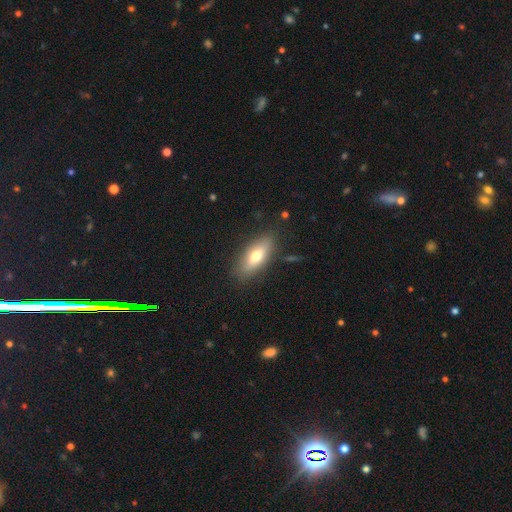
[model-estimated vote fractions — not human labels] Smooth or featured: smooth — 66% (featured or disk — 27%)
How rounded: in between — 73% (cigar-shaped — 24%)
Merging: none — 82% (minor disturbance — 12%)